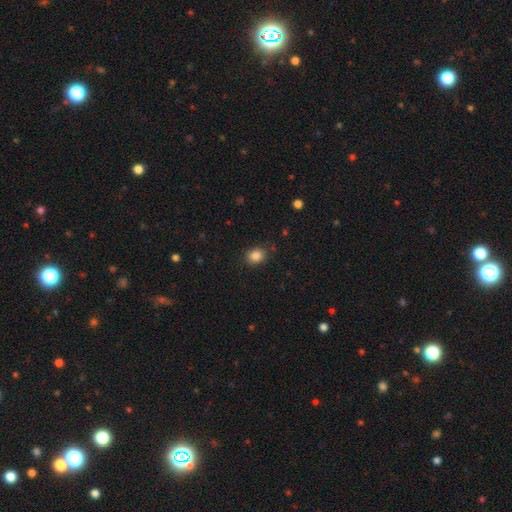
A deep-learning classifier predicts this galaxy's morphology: The model was most divided on "how rounded": round: 54%, in between: 45%, cigar-shaped: 1%. More confident: merging — none (86%); smooth or featured — smooth (85%).